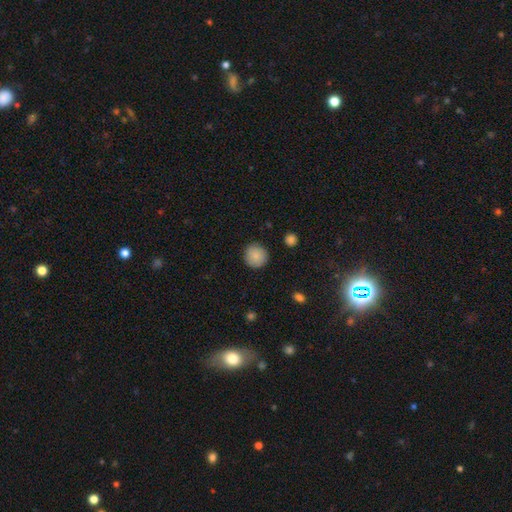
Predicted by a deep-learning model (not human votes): smooth 88%, star or artifact 8%, featured or disk 5%. Down the decision tree: how rounded — round (94%); merging — none (90%).